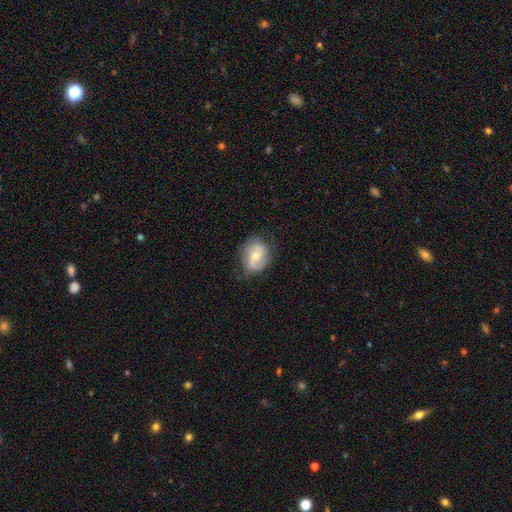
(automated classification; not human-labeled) smooth-or-featured: featured or disk: 55% | smooth: 38% | star or artifact: 7%
  disk-edge-on: no: 97% | yes: 3%
    bar: no: 51% | weak: 40% | strong: 9%
    has-spiral-arms: yes: 84% | no: 16%
    bulge-size: moderate: 56% | small: 37% | large: 4% | none: 3% | dominant: 1%
  merging: none: 69% | minor disturbance: 22% | major disturbance: 7% | merger: 1%